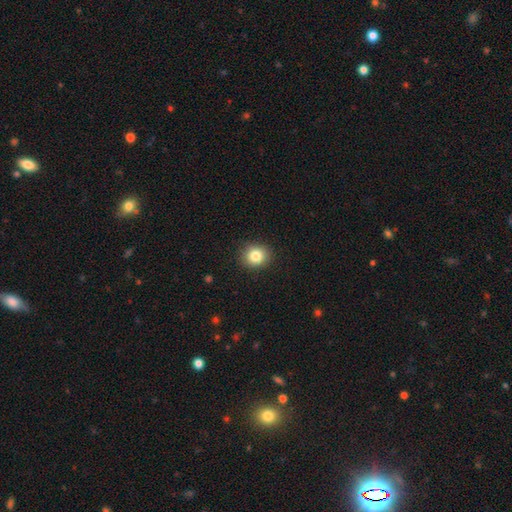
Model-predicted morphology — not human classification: The model was most divided on "how rounded": round: 80%, in between: 19%, cigar-shaped: 1%. More confident: merging — none (89%); smooth or featured — smooth (84%).